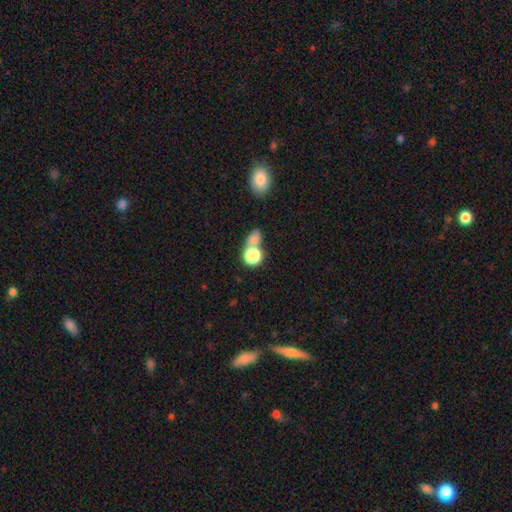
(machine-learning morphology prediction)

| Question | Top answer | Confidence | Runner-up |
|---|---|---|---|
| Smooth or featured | smooth | 73% | star or artifact (19%) |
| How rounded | round | 69% | in between (29%) |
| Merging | none | 48% | merger (36%) |